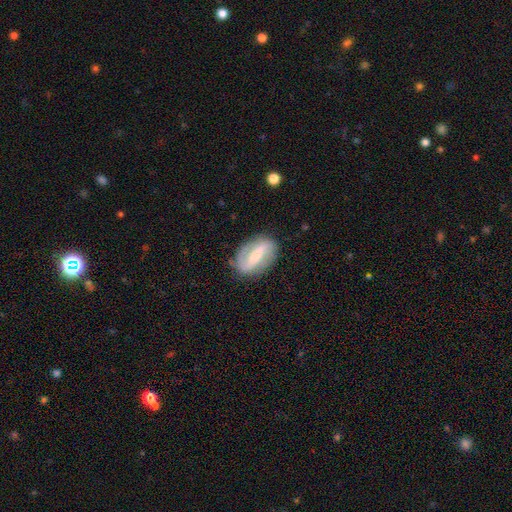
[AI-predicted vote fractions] featured or disk 74%, smooth 20%, star or artifact 6%. Down the decision tree: edge-on disk — no (93%); bar — strong (61%); spiral arms — yes (79%); spiral arm count — 2 (87%); spiral winding — loose (45%); bulge size — small (59%); merging — none (82%).